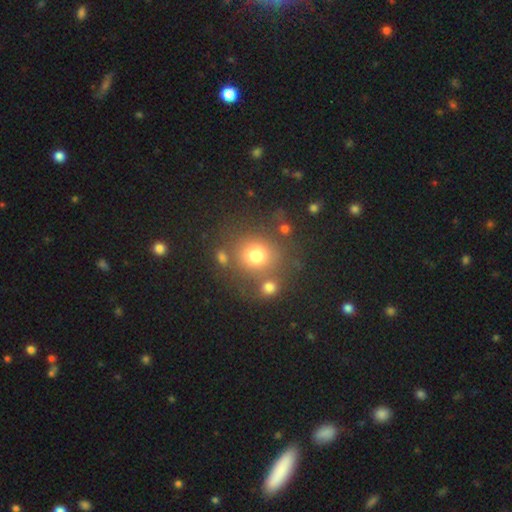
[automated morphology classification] A smooth galaxy with no disk features (73%) that is round (81%). Merging: none (63%).